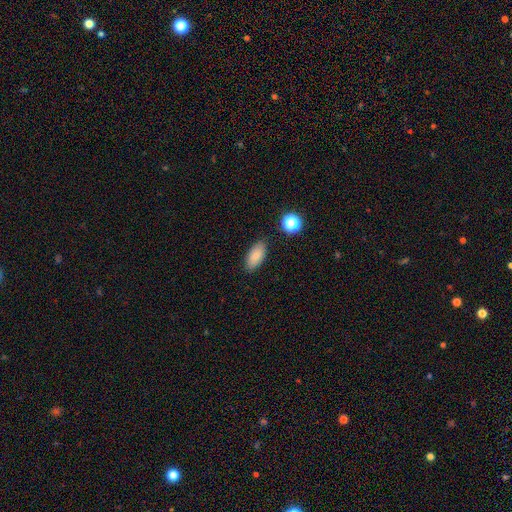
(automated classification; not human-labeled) Smooth or featured?
  - smooth: 84% *
  - star or artifact: 9%
  - featured or disk: 7%
How rounded?
  - in between: 90% *
  - cigar-shaped: 6%
  - round: 4%
Merging?
  - none: 85% *
  - minor disturbance: 11%
  - major disturbance: 3%
  - merger: 2%